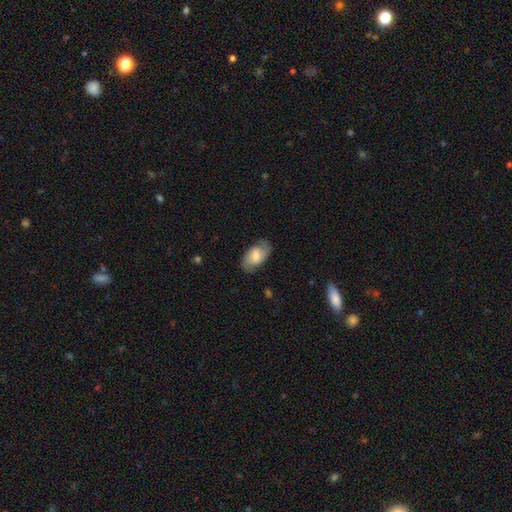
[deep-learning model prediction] Smooth or featured: featured or disk — 48% (smooth — 45%)
Merging: none — 78% (minor disturbance — 16%)